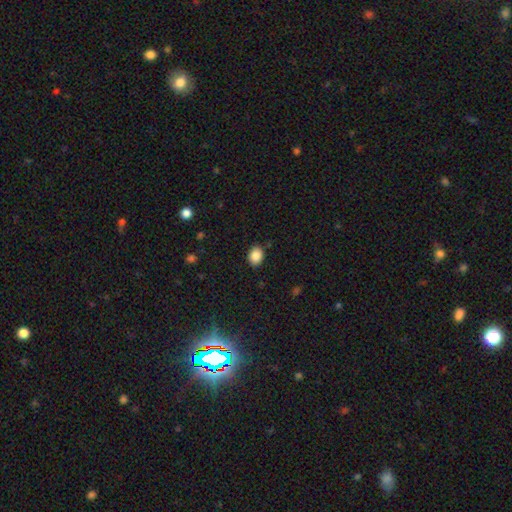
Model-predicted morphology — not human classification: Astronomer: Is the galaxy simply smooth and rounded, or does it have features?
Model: smooth — 87%.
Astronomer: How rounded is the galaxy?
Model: in between — 61% (runner-up: round, 38%).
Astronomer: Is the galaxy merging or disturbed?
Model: none — 87%.